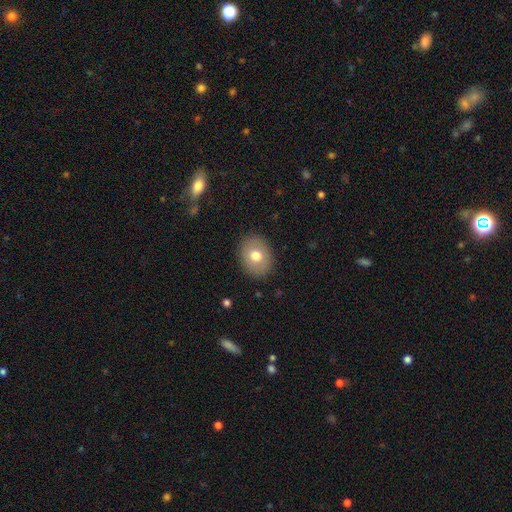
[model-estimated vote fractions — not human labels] Q: Smooth or featured?
A: smooth (71%); runner-up: featured or disk (21%)
Q: How rounded?
A: in between (51%); runner-up: round (48%)
Q: Merging?
A: none (88%); runner-up: minor disturbance (8%)